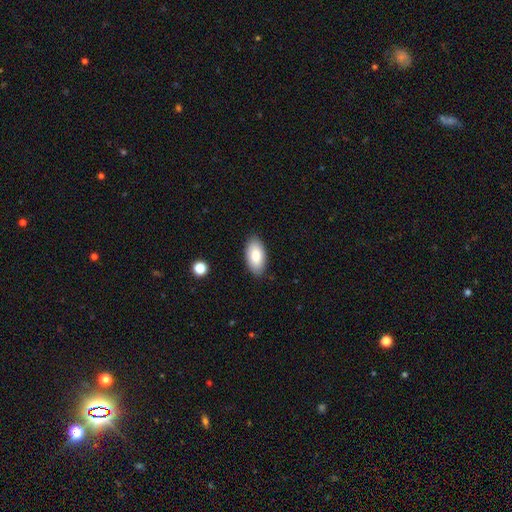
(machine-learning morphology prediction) smooth 85%, featured or disk 9%, star or artifact 6%. Down the decision tree: how rounded — in between (95%); merging — none (87%).